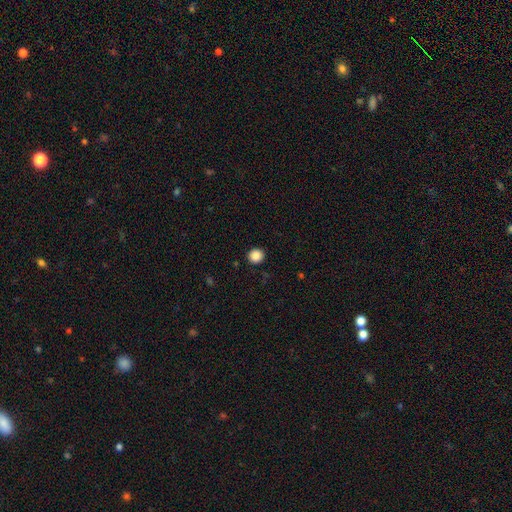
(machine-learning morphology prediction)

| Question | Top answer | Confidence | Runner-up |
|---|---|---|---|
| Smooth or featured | smooth | 88% | star or artifact (10%) |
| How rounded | round | 90% | in between (9%) |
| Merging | none | 92% | minor disturbance (5%) |